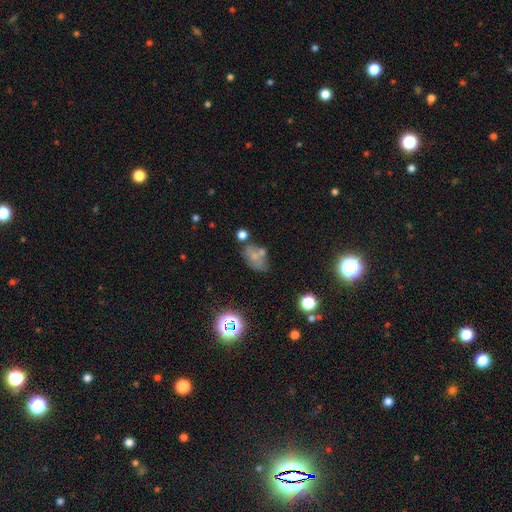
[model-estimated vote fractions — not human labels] The model was most divided on "merging": none: 46%, merger: 24%, minor disturbance: 21%, major disturbance: 10%. More confident: how rounded — in between (82%); smooth or featured — smooth (61%).